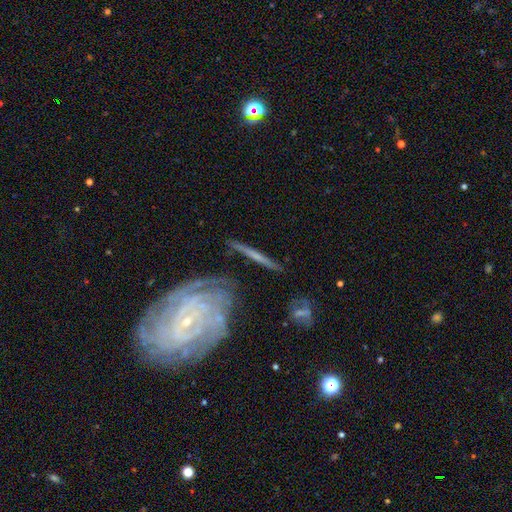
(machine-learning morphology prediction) This appears to be a featured or disk galaxy (66%) viewed edge-on (71%). Merging: none (78%).